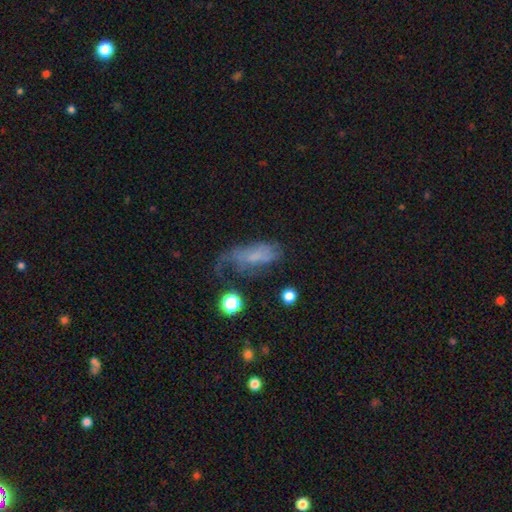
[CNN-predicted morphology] smooth-or-featured: smooth: 47% | featured or disk: 40% | star or artifact: 13%
  merging: major disturbance: 41% | none: 28% | minor disturbance: 26% | merger: 5%